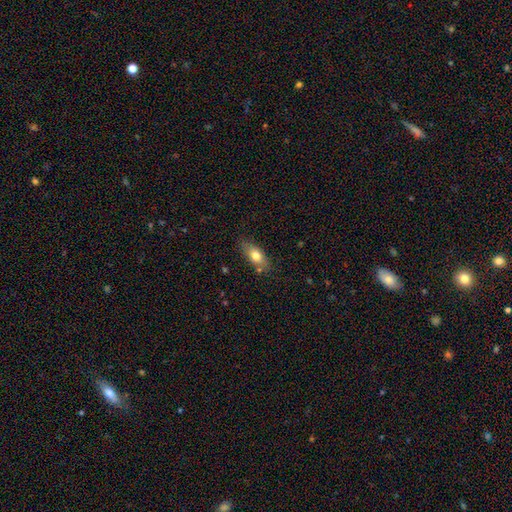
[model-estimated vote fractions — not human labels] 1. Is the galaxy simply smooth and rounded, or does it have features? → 74% smooth, 19% featured or disk, 7% star or artifact.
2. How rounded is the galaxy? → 81% in between, 14% cigar-shaped, 5% round.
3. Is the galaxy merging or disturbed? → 77% none, 17% minor disturbance, 3% major disturbance, 3% merger.